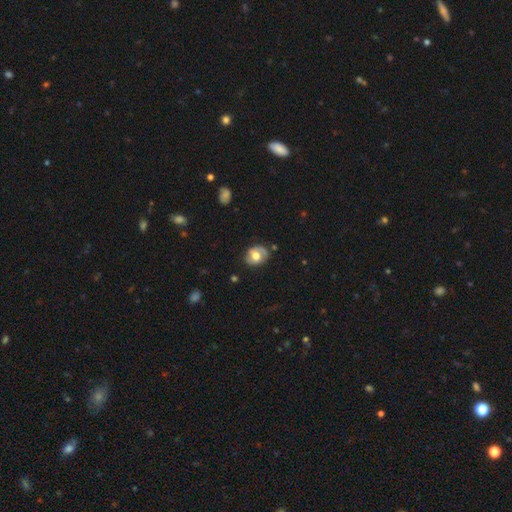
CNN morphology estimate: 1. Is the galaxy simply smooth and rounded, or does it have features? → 49% smooth, 44% featured or disk, 8% star or artifact.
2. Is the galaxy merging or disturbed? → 73% none, 20% minor disturbance, 5% major disturbance, 2% merger.